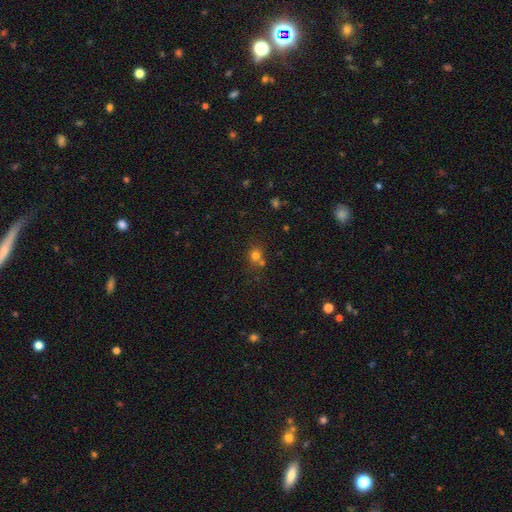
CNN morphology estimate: smooth 73%, star or artifact 18%, featured or disk 9%. Down the decision tree: how rounded — round (79%); merging — none (58%).